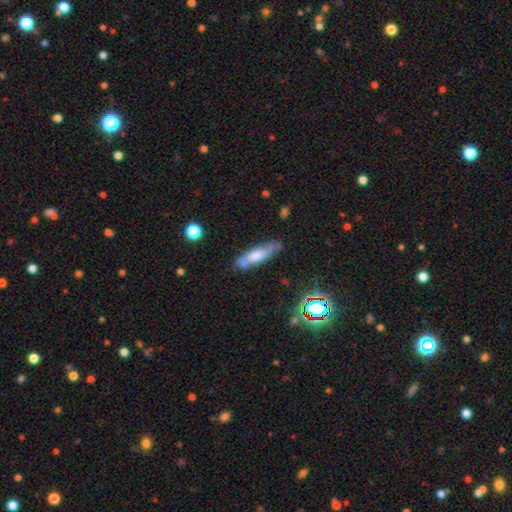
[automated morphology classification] Q: Smooth or featured?
A: smooth (47%); runner-up: featured or disk (44%)
Q: Merging?
A: none (70%); runner-up: minor disturbance (20%)